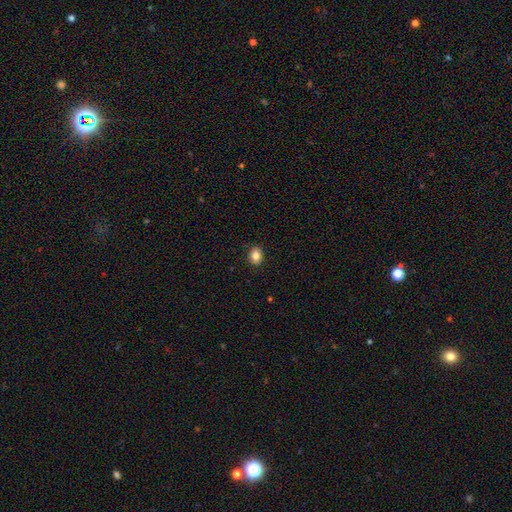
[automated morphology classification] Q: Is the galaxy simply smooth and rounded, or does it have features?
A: smooth — 84%.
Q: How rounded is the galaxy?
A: round — 51%.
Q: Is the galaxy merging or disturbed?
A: none — 90%.